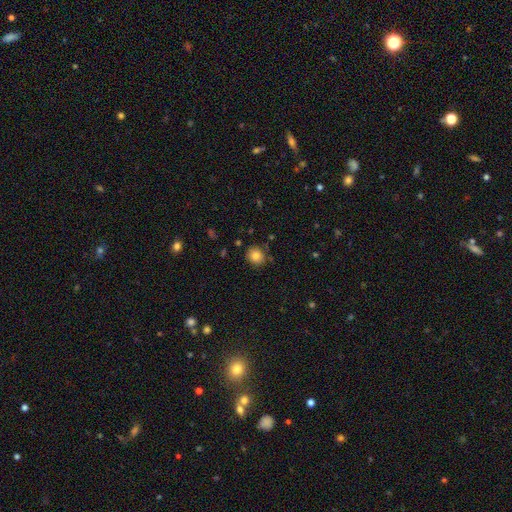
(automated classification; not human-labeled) Morphology: type=smooth (83%); roundness=round (84%); merging=none (82%).